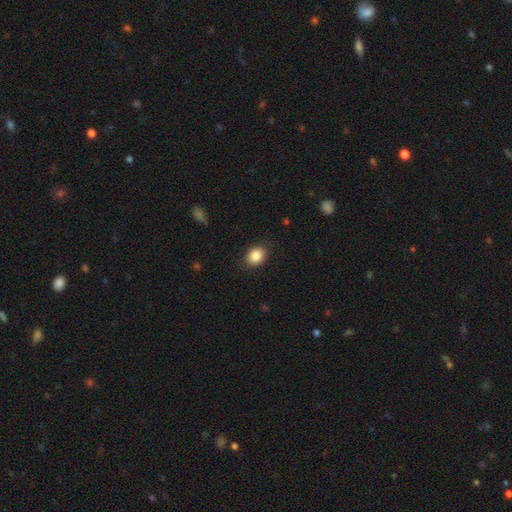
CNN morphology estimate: This appears to be a smooth galaxy with no disk features (86%) that is round (50%). Merging: none (85%).